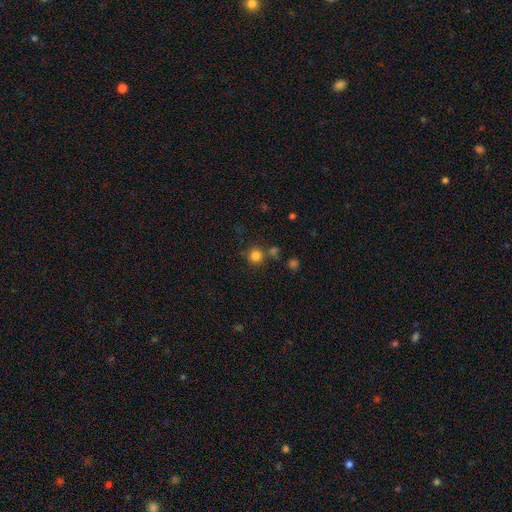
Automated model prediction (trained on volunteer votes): This appears to be a smooth galaxy with no disk features (81%) that is round (94%). Merging: none (78%).